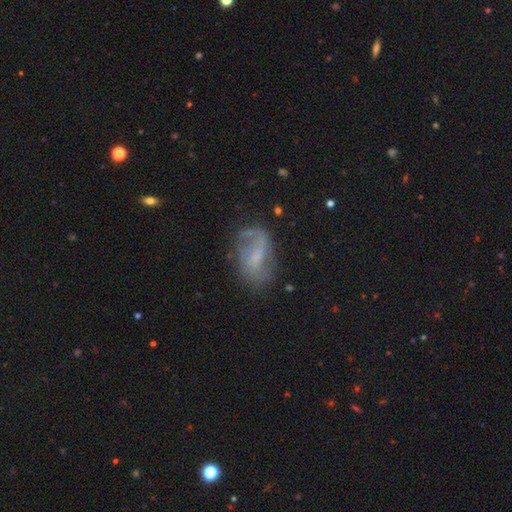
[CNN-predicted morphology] Q: Smooth or featured?
A: featured or disk (64%); runner-up: smooth (26%)
Q: Edge-on disk?
A: no (96%); runner-up: yes (4%)
Q: Bar?
A: weak (47%); runner-up: no (40%)
Q: Spiral arms?
A: yes (81%); runner-up: no (19%)
Q: Bulge size?
A: small (39%); runner-up: none (34%)
Q: Merging?
A: none (57%); runner-up: minor disturbance (24%)